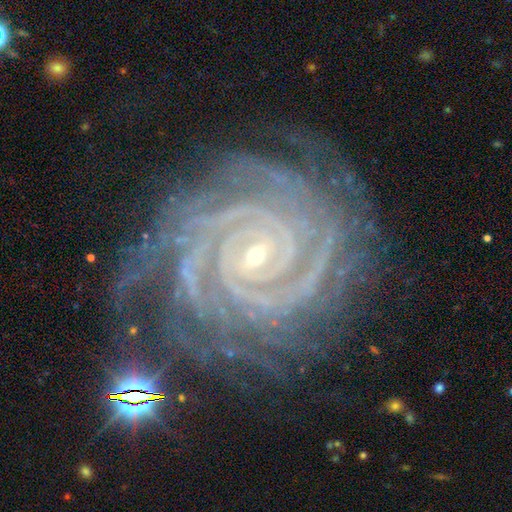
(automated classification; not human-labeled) This appears to be a featured or disk galaxy (92%) with no bar (56%), 2 (24%) tight (89%) spiral arms (99%) and a small central bulge (84%). Merging: none (75%).